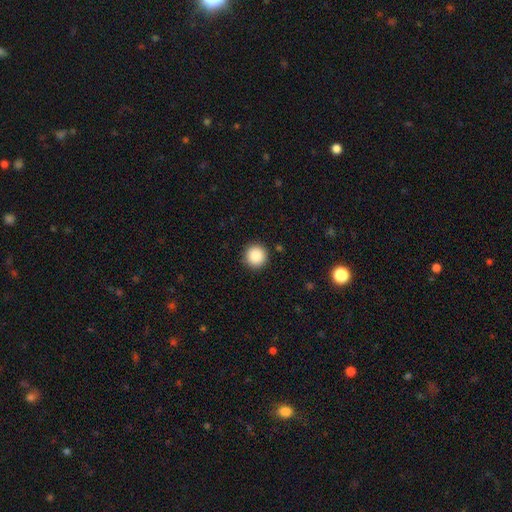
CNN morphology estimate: smooth_or_featured: smooth (p=0.88) [alt: star or artifact p=0.09]
how_rounded: round (p=0.96) [alt: in between p=0.03]
merging: none (p=0.92) [alt: minor disturbance p=0.05]